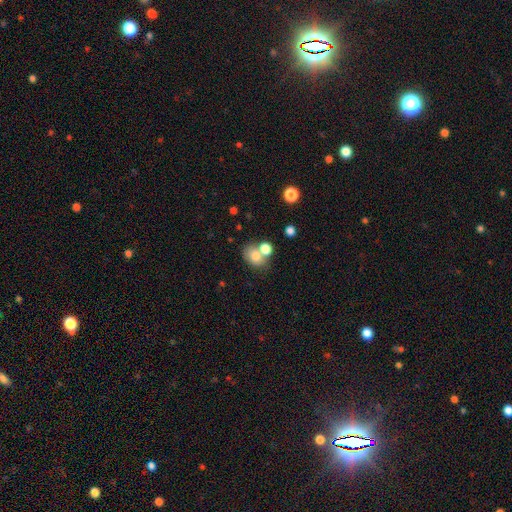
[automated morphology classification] type=smooth (77%); roundness=in between (53%); merging=none (43%).